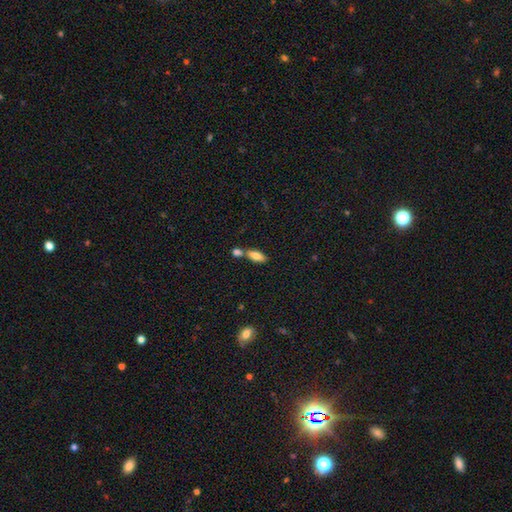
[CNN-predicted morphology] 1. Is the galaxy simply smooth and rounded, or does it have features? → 80% smooth, 13% featured or disk, 7% star or artifact.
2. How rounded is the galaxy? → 79% in between, 18% cigar-shaped, 3% round.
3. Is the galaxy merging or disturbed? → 55% none, 31% merger, 11% minor disturbance, 3% major disturbance.